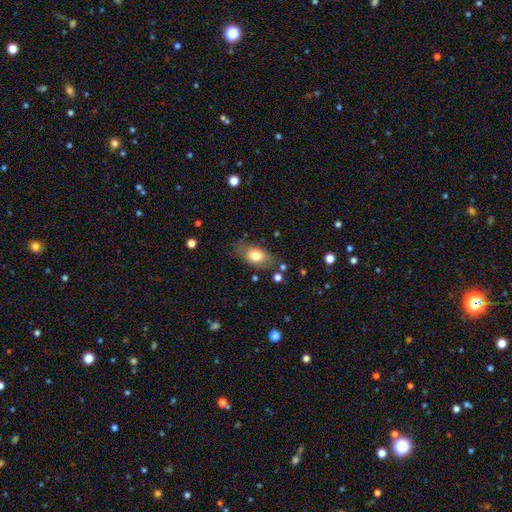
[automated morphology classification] Smooth or featured? Predicted: smooth (p=0.75). How rounded? Predicted: in between (p=0.84). Merging? Predicted: none (p=0.72).